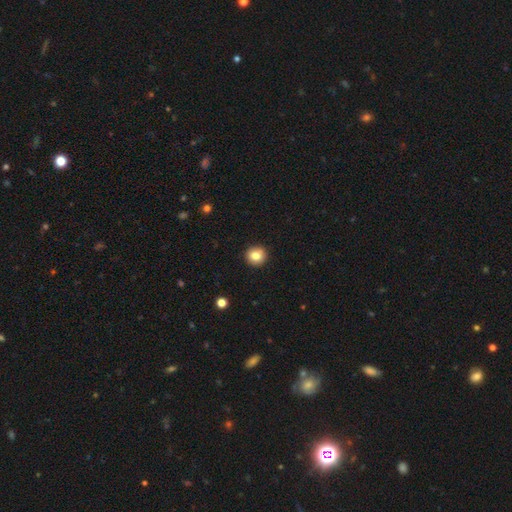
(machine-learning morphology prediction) This appears to be a smooth galaxy with no disk features (84%) that is round (92%). Merging: none (93%).